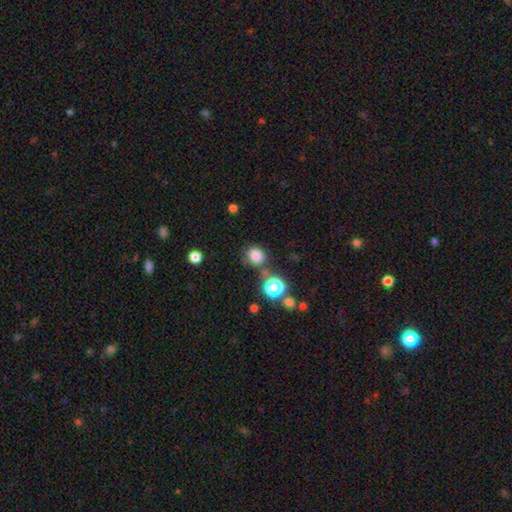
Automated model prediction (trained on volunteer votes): This appears to be a smooth galaxy with no disk features (81%) that is round (78%). Merging: none (69%).